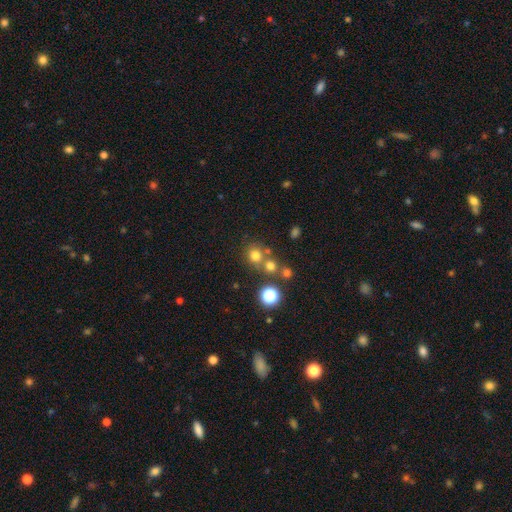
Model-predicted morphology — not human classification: This appears to be a smooth galaxy with no disk features (71%) that is round (88%). Merging: none (62%).